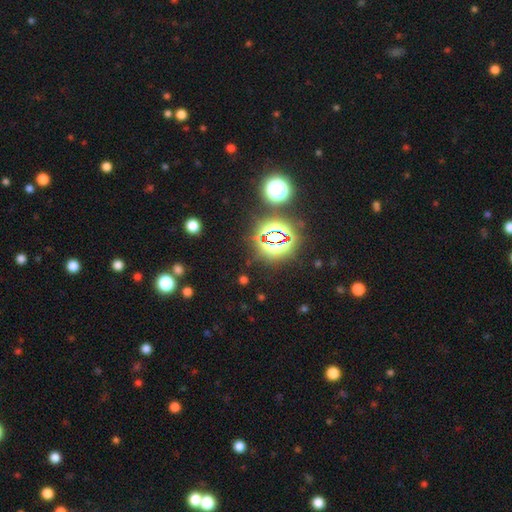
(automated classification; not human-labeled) Smooth or featured: star or artifact — 81% (smooth — 13%)